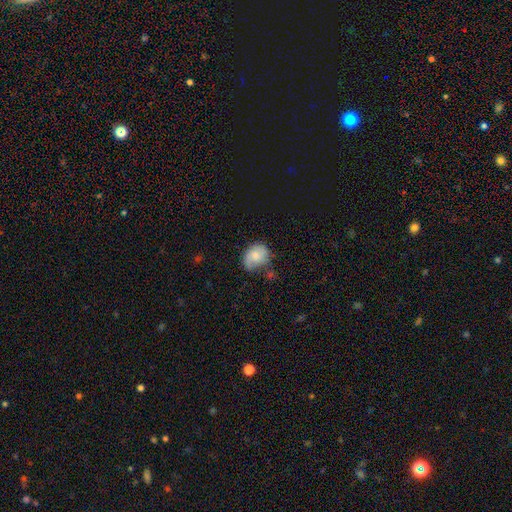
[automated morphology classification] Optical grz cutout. It shows a smooth galaxy with no disk features (53%) that is in between round and cigar-shaped (51%). Merging: none (50%).